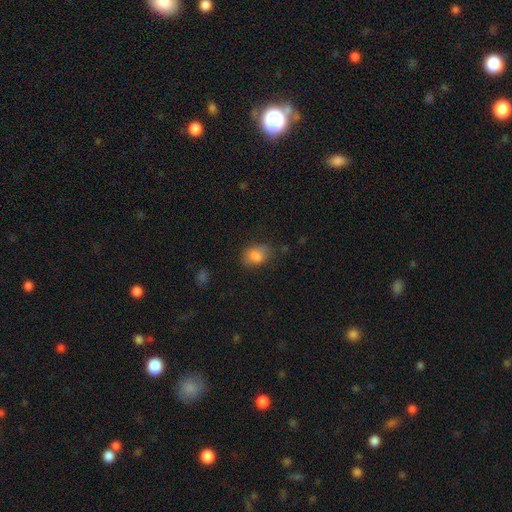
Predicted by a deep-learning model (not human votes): Morphology: type=smooth (81%); roundness=in between (71%); merging=none (62%).